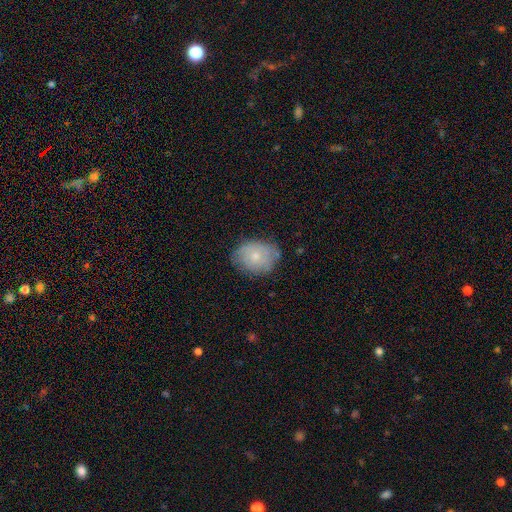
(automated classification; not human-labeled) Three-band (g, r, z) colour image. It shows a smooth galaxy with no disk features (58%) that is in between round and cigar-shaped (55%). Merging: none (69%).